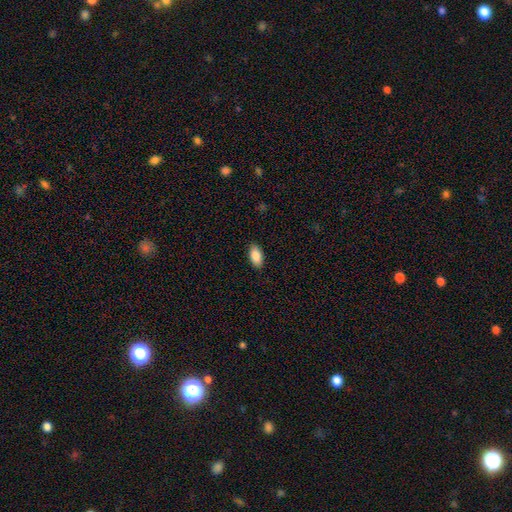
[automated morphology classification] The model was most divided on "smooth or featured": smooth: 87%, star or artifact: 7%, featured or disk: 6%. More confident: how rounded — in between (93%); merging — none (89%).